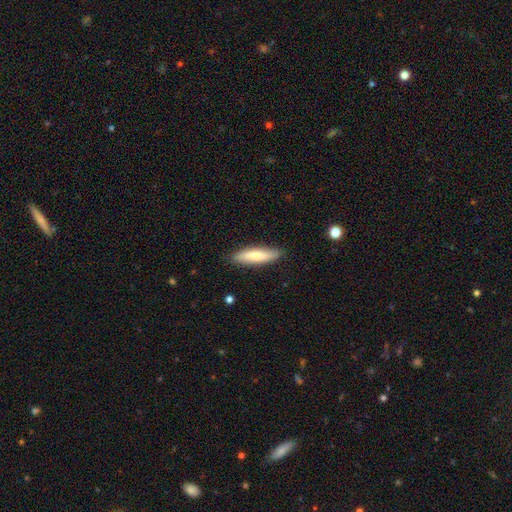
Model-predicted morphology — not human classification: Smooth or featured? smooth (72%)
How rounded? cigar-shaped (69%)
Merging? none (85%)